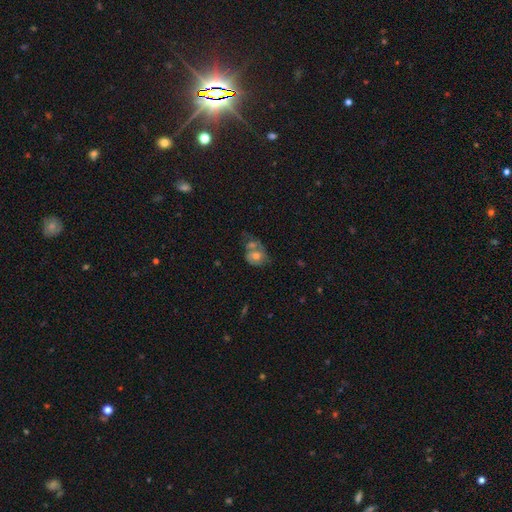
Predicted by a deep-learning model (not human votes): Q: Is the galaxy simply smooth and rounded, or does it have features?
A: smooth — 52%.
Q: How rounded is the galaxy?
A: round — 53%.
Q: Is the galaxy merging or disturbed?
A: merger — 46%.